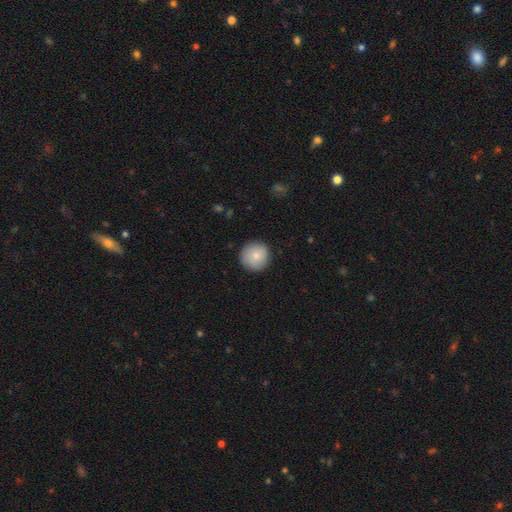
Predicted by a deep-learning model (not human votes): The model was most divided on "smooth or featured": smooth: 81%, featured or disk: 12%, star or artifact: 7%. More confident: how rounded — round (95%); merging — none (89%).